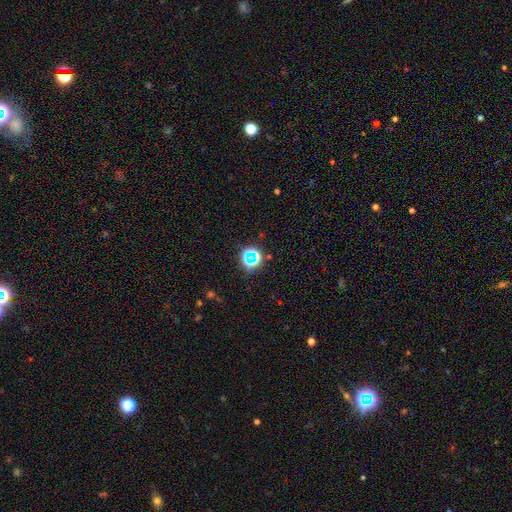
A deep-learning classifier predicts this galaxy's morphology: Smooth or featured: star or artifact — 63% (smooth — 26%)